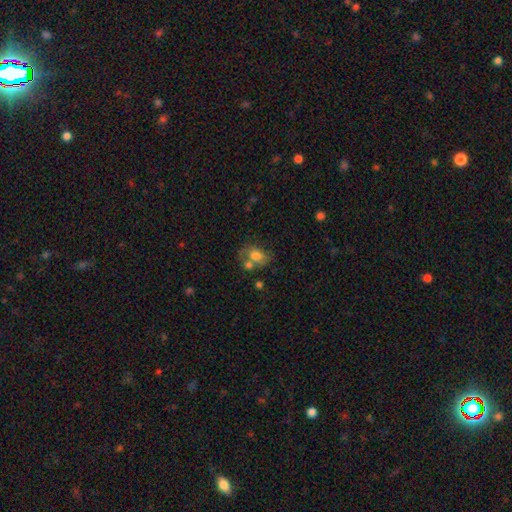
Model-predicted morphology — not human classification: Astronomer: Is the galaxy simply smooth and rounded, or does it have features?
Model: smooth — 69%.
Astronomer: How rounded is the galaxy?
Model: in between — 67%.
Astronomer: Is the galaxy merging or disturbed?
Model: none — 37% (runner-up: merger, 36%).